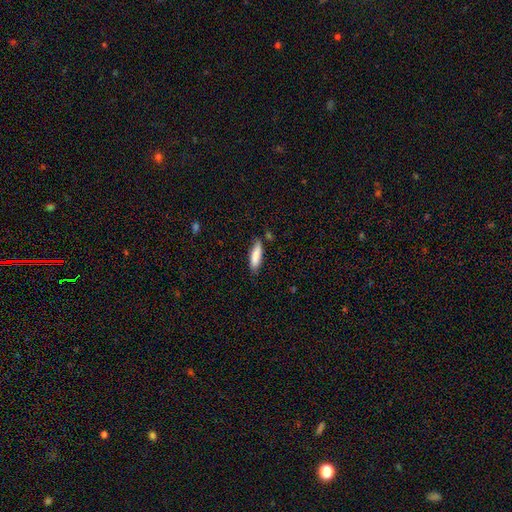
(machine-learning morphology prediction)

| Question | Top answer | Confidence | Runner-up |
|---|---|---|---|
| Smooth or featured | smooth | 83% | featured or disk (11%) |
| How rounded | cigar-shaped | 54% | in between (44%) |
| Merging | none | 76% | minor disturbance (18%) |